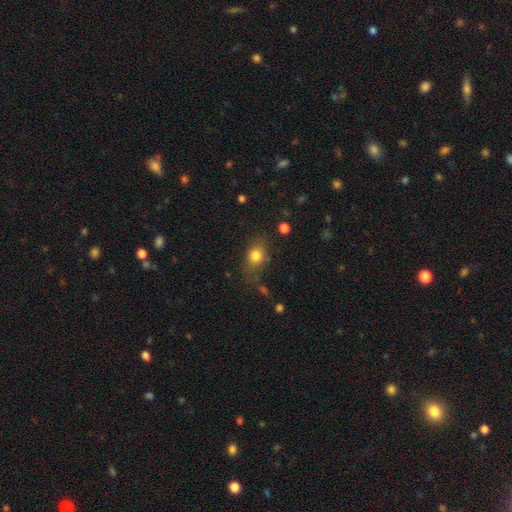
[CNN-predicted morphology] Q: Smooth or featured?
A: smooth (80%); runner-up: star or artifact (10%)
Q: How rounded?
A: in between (62%); runner-up: round (35%)
Q: Merging?
A: none (68%); runner-up: minor disturbance (20%)